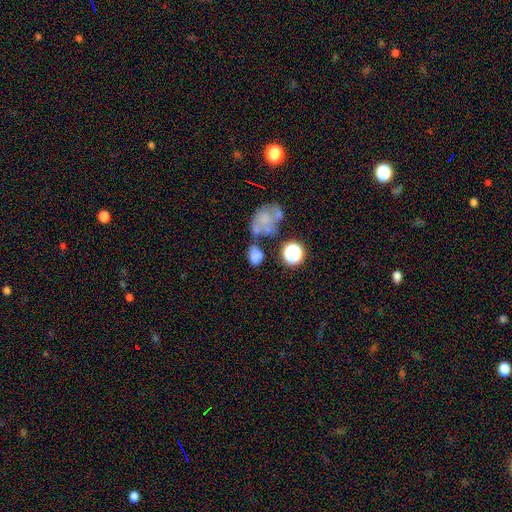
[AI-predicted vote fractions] Q: Smooth or featured?
A: smooth (69%); runner-up: star or artifact (16%)
Q: How rounded?
A: in between (62%); runner-up: round (36%)
Q: Merging?
A: none (41%); runner-up: merger (31%)